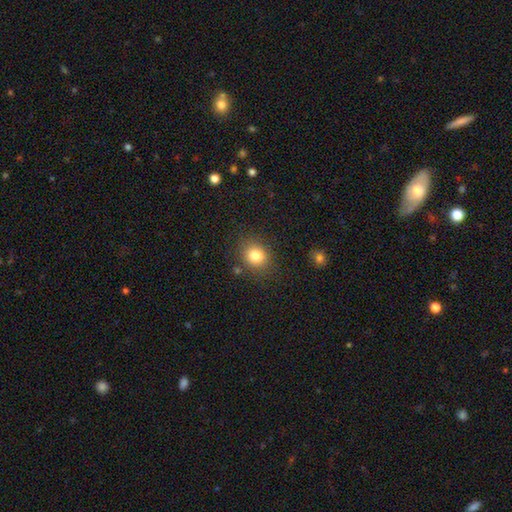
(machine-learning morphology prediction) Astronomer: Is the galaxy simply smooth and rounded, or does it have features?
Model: smooth — 81%.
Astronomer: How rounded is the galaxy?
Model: round — 73%.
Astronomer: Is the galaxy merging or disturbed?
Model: none — 83%.